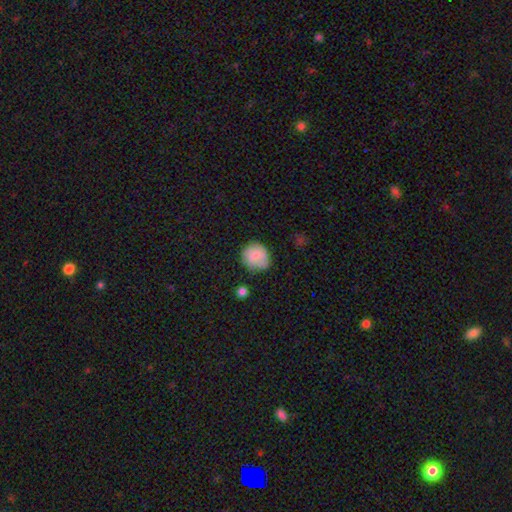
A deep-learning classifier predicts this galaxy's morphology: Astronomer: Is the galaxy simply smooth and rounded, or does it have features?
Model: smooth — 79%.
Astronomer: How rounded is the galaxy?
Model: round — 87%.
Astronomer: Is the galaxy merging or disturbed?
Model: none — 66%.